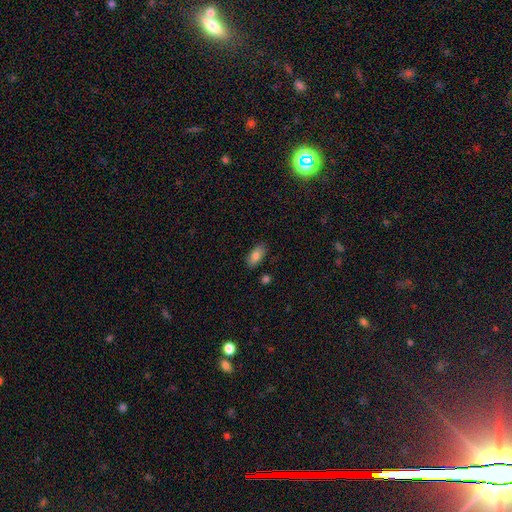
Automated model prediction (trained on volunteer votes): A smooth galaxy with no disk features (83%) that is in between round and cigar-shaped (92%). Merging: none (85%).